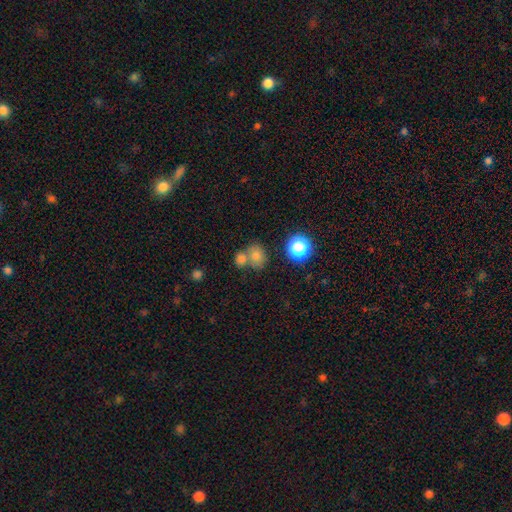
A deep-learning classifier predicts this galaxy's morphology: Smooth or featured? Predicted: smooth (p=0.74). How rounded? Predicted: round (p=0.69). Merging? Predicted: none (p=0.45).